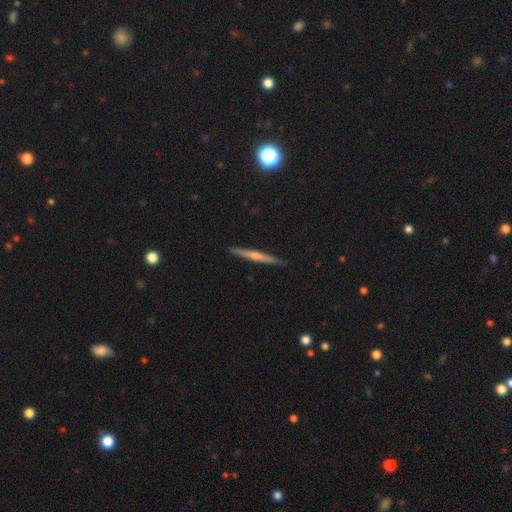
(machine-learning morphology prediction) featured or disk 55%, smooth 39%, star or artifact 6%. Down the decision tree: edge-on disk — yes (98%); edge-on bulge — rounded (59%); merging — none (91%).